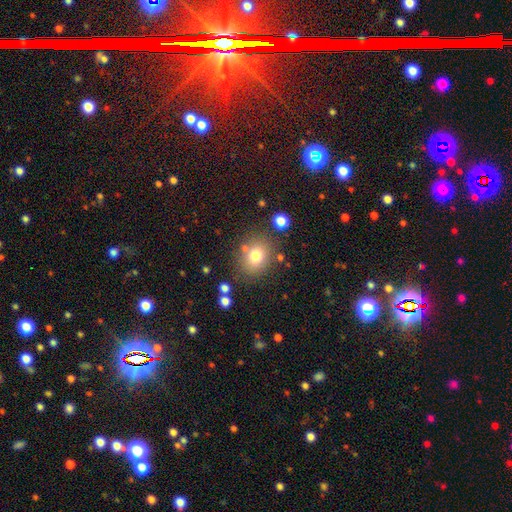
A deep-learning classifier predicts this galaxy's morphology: smooth 77%, star or artifact 12%, featured or disk 11%. Down the decision tree: how rounded — round (60%); merging — none (77%).